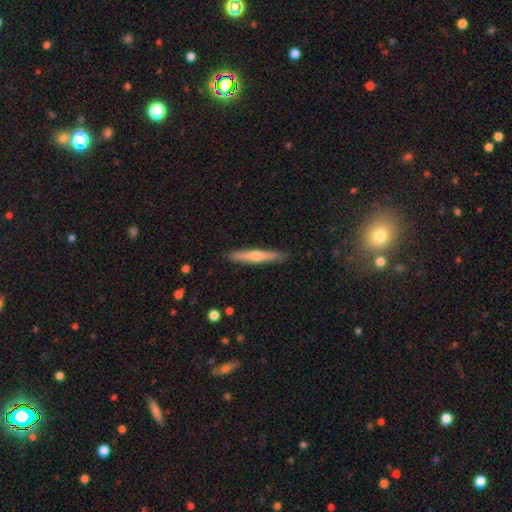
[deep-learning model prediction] Smooth or featured?
  - featured or disk: 50% *
  - smooth: 44%
  - star or artifact: 6%
Edge-on disk?
  - yes: 95% *
  - no: 5%
Merging?
  - none: 90% *
  - minor disturbance: 7%
  - major disturbance: 1%
  - merger: 1%